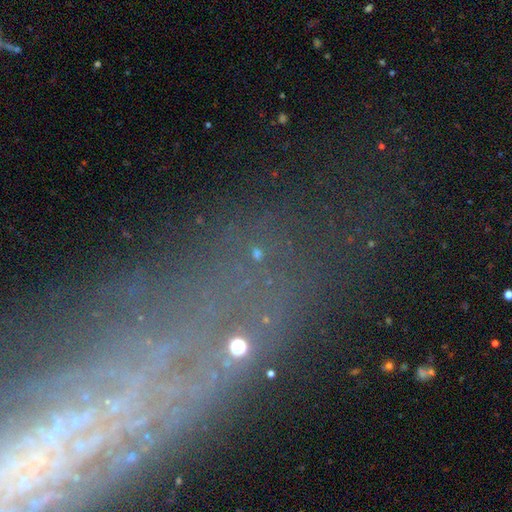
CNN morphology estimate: Overall: featured or disk (43%; star or artifact 38%). Merging: none (53%; major disturbance 21%).